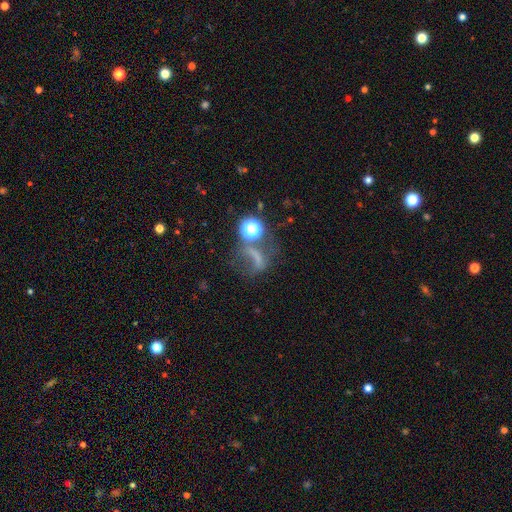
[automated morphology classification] Smooth or featured: smooth — 38% (star or artifact — 32%)
Merging: major disturbance — 38% (none — 32%)